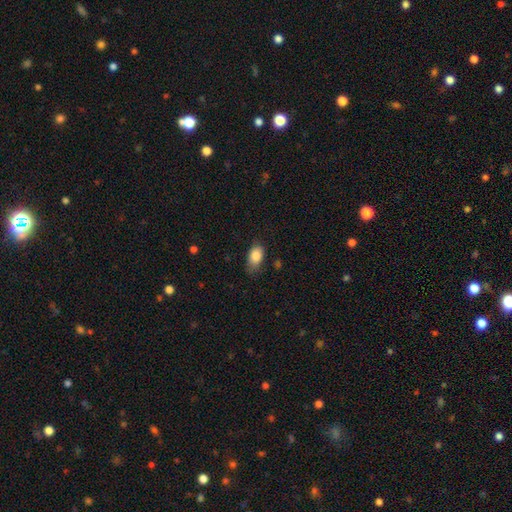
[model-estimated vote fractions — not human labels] smooth_or_featured: smooth (p=0.86) [alt: star or artifact p=0.07]
how_rounded: in between (p=0.89) [alt: round p=0.08]
merging: none (p=0.68) [alt: minor disturbance p=0.25]